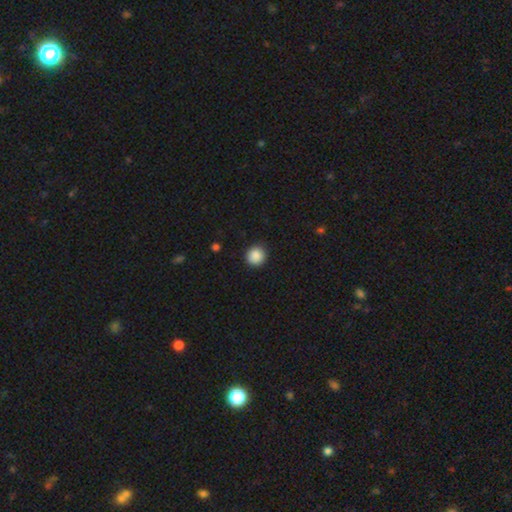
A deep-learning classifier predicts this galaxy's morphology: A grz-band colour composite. It shows a smooth galaxy with no disk features (89%) that is round (92%). Merging: none (91%).